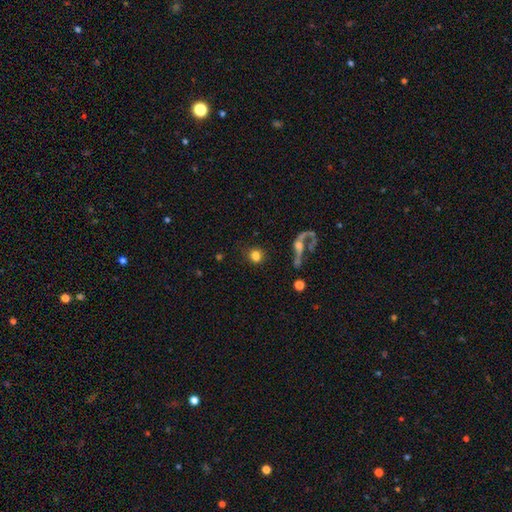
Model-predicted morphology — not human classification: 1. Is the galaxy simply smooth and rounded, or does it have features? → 78% smooth, 12% featured or disk, 11% star or artifact.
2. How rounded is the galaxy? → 84% round, 14% in between, 2% cigar-shaped.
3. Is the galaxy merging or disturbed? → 74% none, 10% minor disturbance, 8% major disturbance, 8% merger.